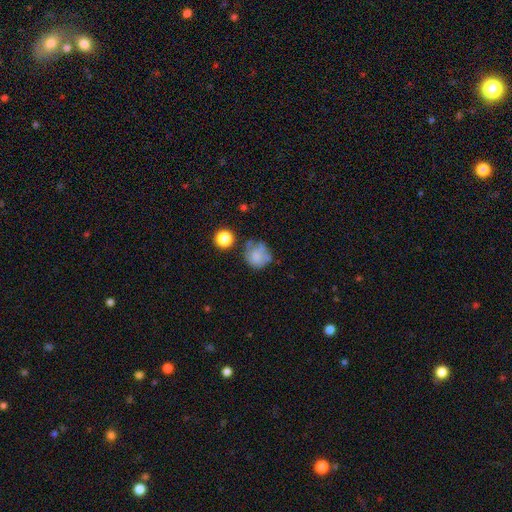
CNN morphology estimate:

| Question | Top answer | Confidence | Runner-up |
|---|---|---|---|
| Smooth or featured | smooth | 61% | featured or disk (27%) |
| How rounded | round | 79% | in between (20%) |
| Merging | none | 48% | minor disturbance (26%) |